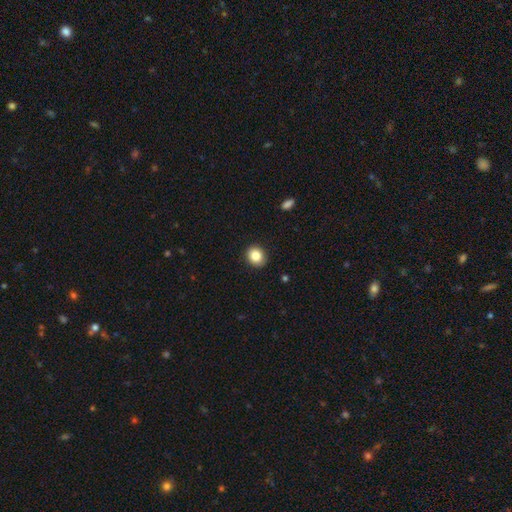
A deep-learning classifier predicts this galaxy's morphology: The model was most divided on "how rounded": round: 61%, in between: 38%, cigar-shaped: 1%. More confident: merging — none (90%); smooth or featured — smooth (85%).